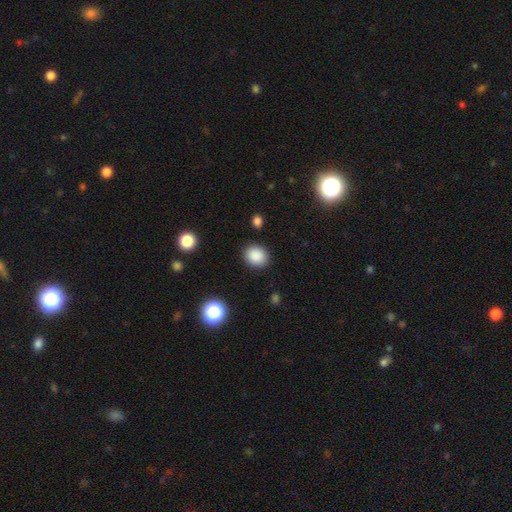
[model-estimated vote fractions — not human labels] Smooth or featured? Predicted: smooth (p=0.87). How rounded? Predicted: round (p=0.72). Merging? Predicted: none (p=0.89).